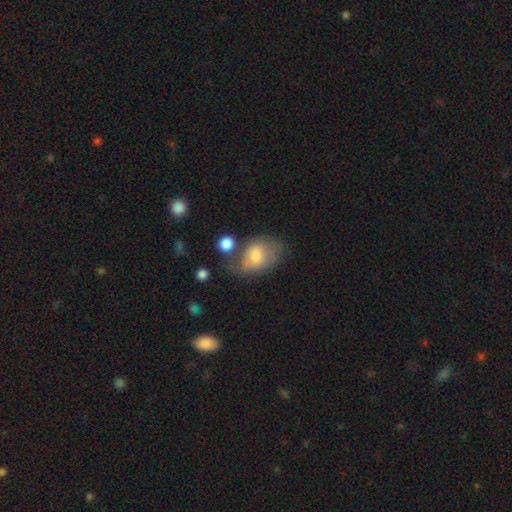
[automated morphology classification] type=smooth (66%); roundness=in between (78%); merging=none (44%).